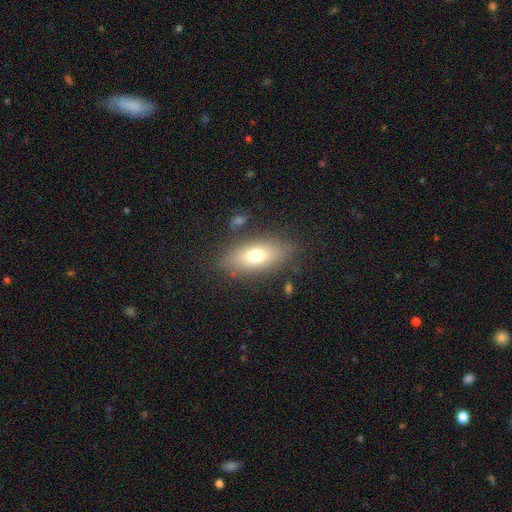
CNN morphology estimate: A smooth galaxy with no disk features (71%) that is in between round and cigar-shaped (81%). Merging: none (80%).